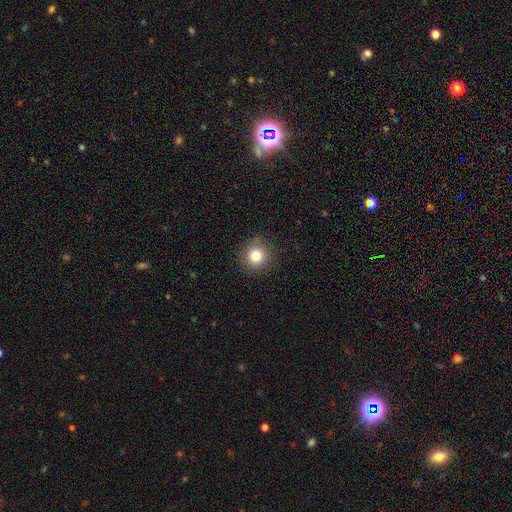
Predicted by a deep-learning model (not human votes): Q: Smooth or featured?
A: smooth (84%); runner-up: star or artifact (11%)
Q: How rounded?
A: round (92%); runner-up: in between (7%)
Q: Merging?
A: none (87%); runner-up: minor disturbance (9%)